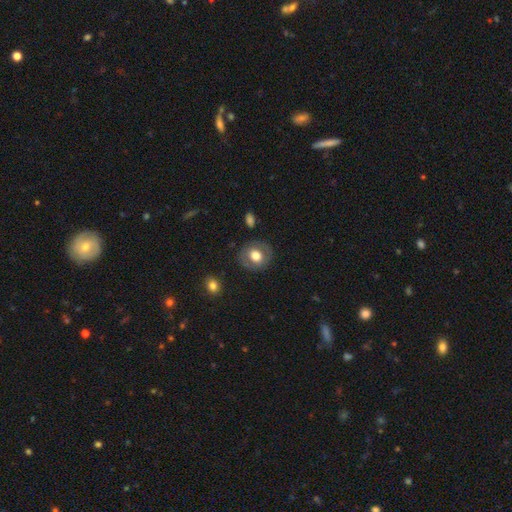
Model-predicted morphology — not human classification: smooth-or-featured: smooth: 65% | featured or disk: 27% | star or artifact: 8%
  how-rounded: round: 76% | in between: 23% | cigar-shaped: 1%
  merging: none: 85% | minor disturbance: 10% | major disturbance: 4% | merger: 1%